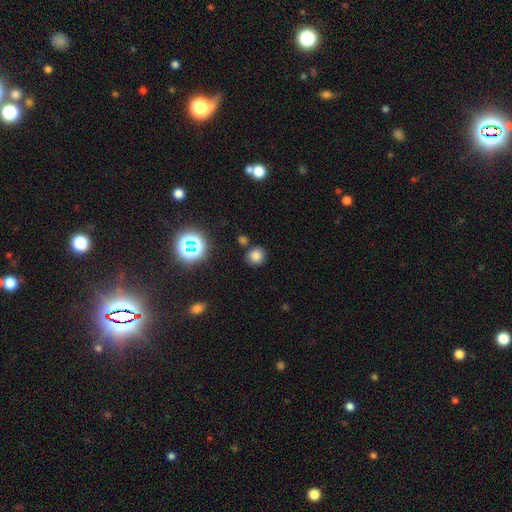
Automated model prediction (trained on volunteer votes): This appears to be a smooth galaxy with no disk features (76%) that is round (88%). Merging: none (82%).